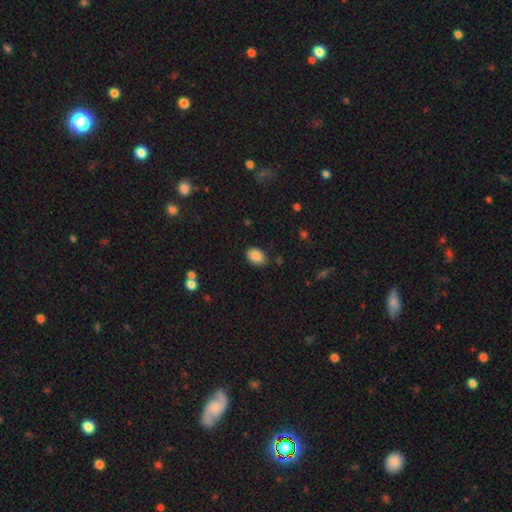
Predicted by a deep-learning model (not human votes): smooth_or_featured: smooth (p=0.86) [alt: star or artifact p=0.08]
how_rounded: in between (p=0.78) [alt: round p=0.21]
merging: none (p=0.81) [alt: minor disturbance p=0.14]